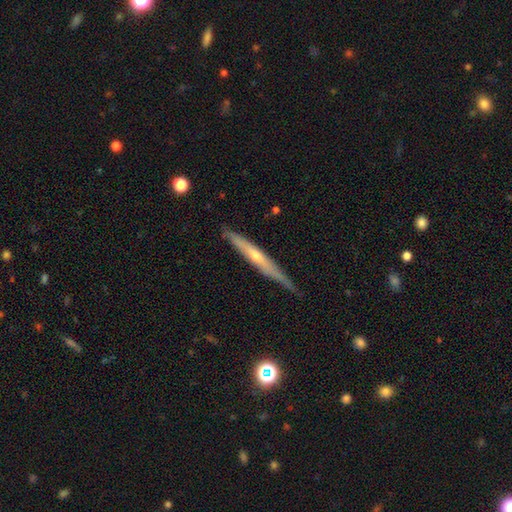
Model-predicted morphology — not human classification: The model was most divided on "edge-on bulge": rounded: 62%, none: 35%, boxy: 3%. More confident: edge-on disk — yes (95%); merging — none (80%); smooth or featured — featured or disk (66%).